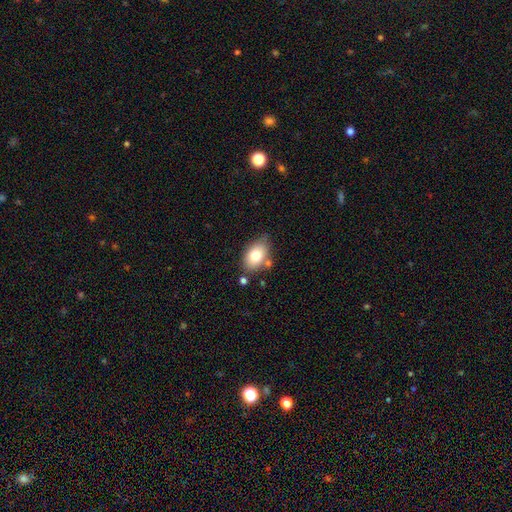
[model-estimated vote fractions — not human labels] The model was most divided on "merging": none: 68%, minor disturbance: 19%, merger: 9%, major disturbance: 4%. More confident: how rounded — in between (86%); smooth or featured — smooth (76%).